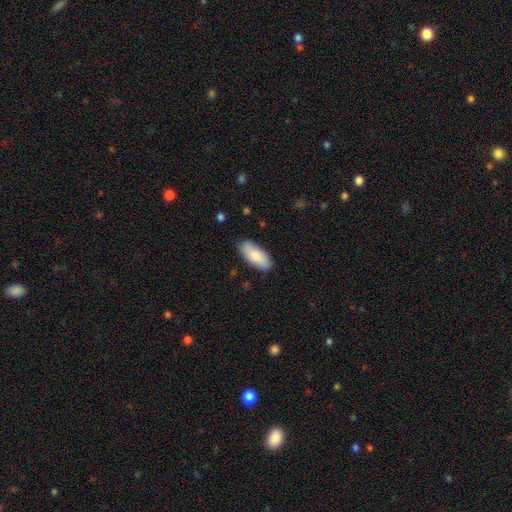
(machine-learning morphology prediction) smooth 81%, featured or disk 14%, star or artifact 6%. Down the decision tree: how rounded — in between (87%); merging — none (84%).